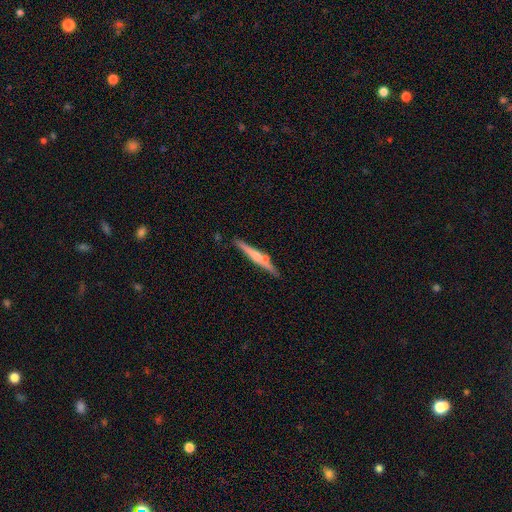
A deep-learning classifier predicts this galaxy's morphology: This is likely a featured or disk galaxy (63%). It is clearly viewed edge-on (97%). Edge-on bulge: likely rounded (68%). Merging: likely none (79%).